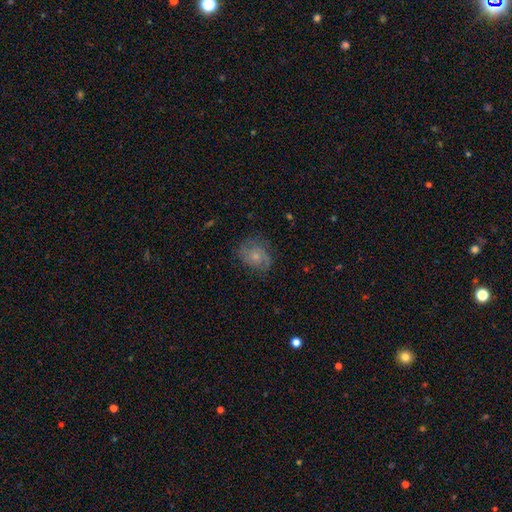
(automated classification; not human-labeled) A featured or disk galaxy (56%) with no bar (76%), spiral arms (86%) and a small central bulge (50%).

Vote fractions:
- Smooth or featured? featured or disk: 56% / smooth: 35% / star or artifact: 10%
- Edge-on disk? no: 97% / yes: 3%
- Bar? no: 76% / weak: 21% / strong: 3%
- Spiral arms? yes: 86% / no: 14%
- Bulge size? small: 50% / moderate: 34% / none: 11% / large: 4% / dominant: 1%
- Merging? none: 68% / minor disturbance: 21% / major disturbance: 10% / merger: 1%